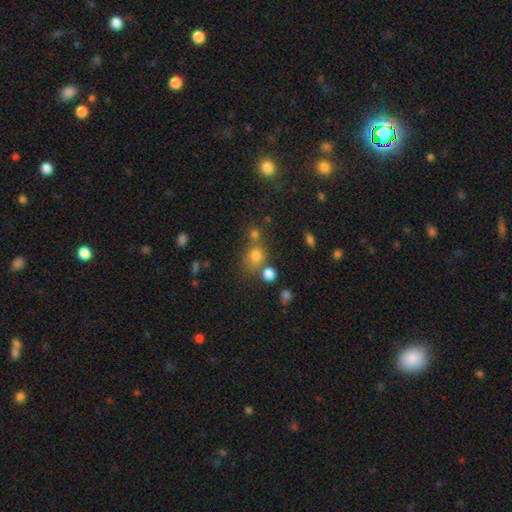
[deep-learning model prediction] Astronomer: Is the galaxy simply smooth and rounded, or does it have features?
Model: smooth — 72%.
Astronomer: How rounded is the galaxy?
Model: round — 72%.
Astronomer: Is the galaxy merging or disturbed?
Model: none — 56%.